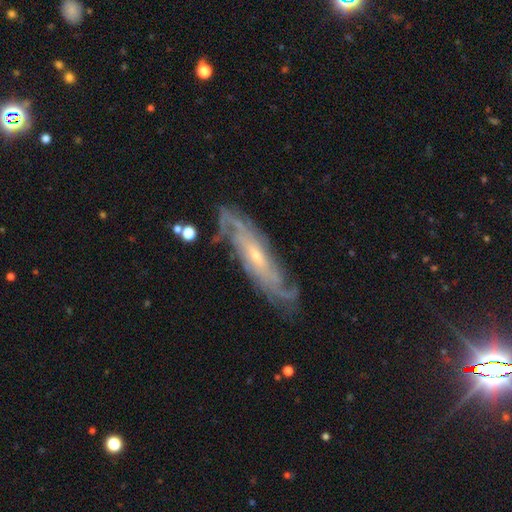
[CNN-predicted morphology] The model was most divided on "spiral arm count": can't tell: 38%, 2: 26%, 3: 14%, 4: 11%, more than 4: 6%, 1: 5%. More confident: spiral arms — yes (95%); smooth or featured — featured or disk (85%); merging — none (78%); edge-on disk — no (77%); bulge size — small (67%); spiral winding — tight (58%); bar — no (57%).